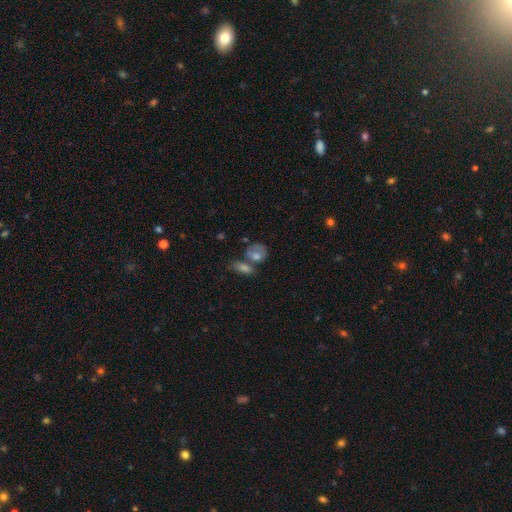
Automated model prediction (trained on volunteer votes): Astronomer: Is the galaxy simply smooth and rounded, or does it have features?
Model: smooth — 45% (runner-up: featured or disk, 35%).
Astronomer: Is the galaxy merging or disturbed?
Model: none — 49% (runner-up: merger, 33%).